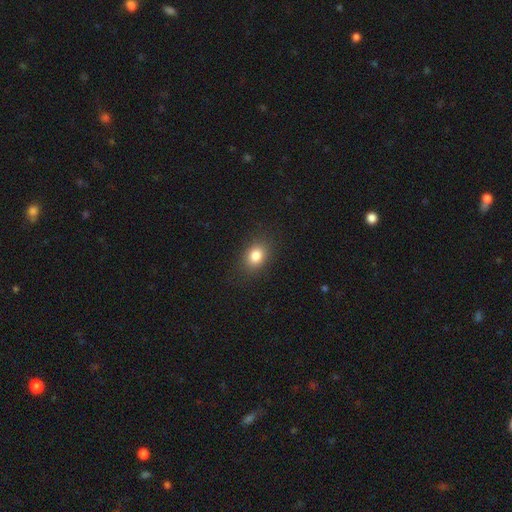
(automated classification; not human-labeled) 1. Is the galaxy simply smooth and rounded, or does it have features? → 82% smooth, 10% star or artifact, 7% featured or disk.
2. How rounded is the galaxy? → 65% in between, 34% round, 1% cigar-shaped.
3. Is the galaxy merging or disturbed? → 85% none, 10% minor disturbance, 4% major disturbance, 1% merger.